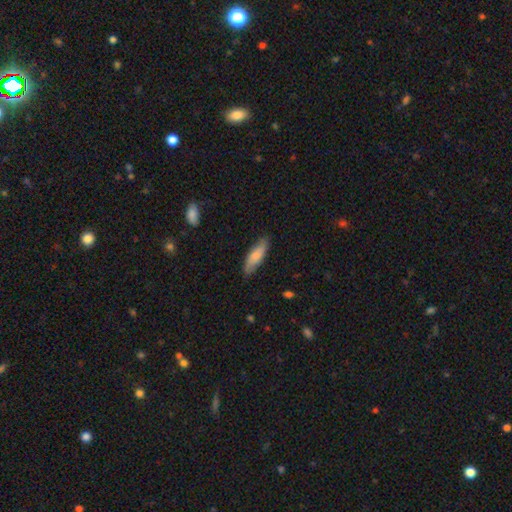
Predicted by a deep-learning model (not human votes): This appears to be a smooth galaxy with no disk features (73%) that is in between round and cigar-shaped (49%, tied with cigar-shaped). Merging: none (82%).